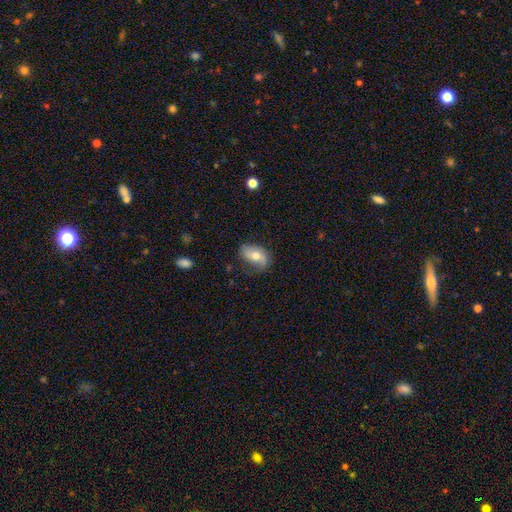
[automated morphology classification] Smooth or featured?
  - smooth: 56% *
  - featured or disk: 37%
  - star or artifact: 7%
How rounded?
  - in between: 89% *
  - round: 8%
  - cigar-shaped: 3%
Merging?
  - none: 65% *
  - minor disturbance: 26%
  - major disturbance: 7%
  - merger: 2%